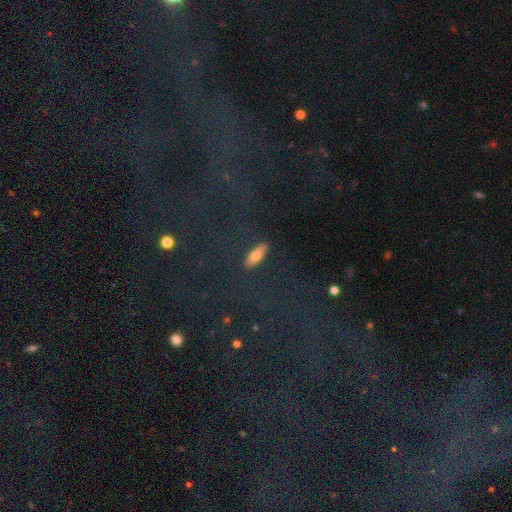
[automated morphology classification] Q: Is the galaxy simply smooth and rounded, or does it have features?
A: smooth — 68%.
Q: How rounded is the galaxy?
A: in between — 64%.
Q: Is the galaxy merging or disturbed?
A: none — 88%.